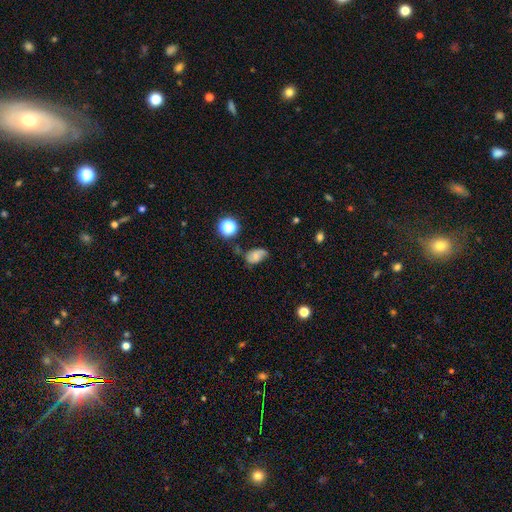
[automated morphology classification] This appears to be a smooth galaxy with no disk features (49%). Merging: none (49%).